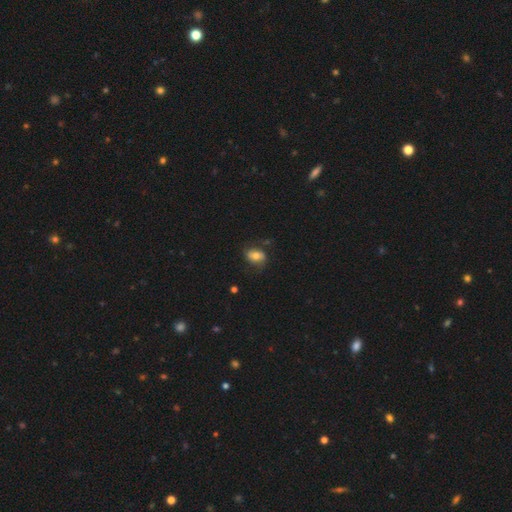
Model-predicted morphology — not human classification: Q: Smooth or featured?
A: smooth (66%); runner-up: featured or disk (25%)
Q: How rounded?
A: in between (72%); runner-up: round (27%)
Q: Merging?
A: none (65%); runner-up: minor disturbance (23%)